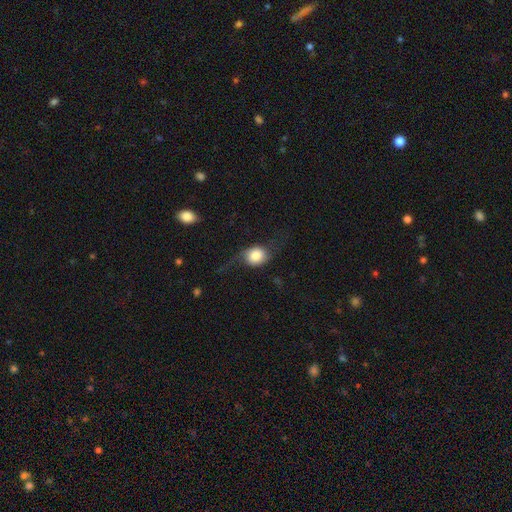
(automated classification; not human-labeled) Morphology: type=smooth (56%); roundness=round (62%); merging=none (51%).